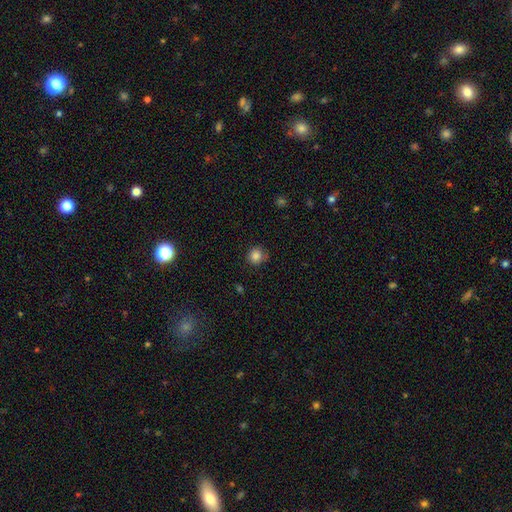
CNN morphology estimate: Smooth or featured? Predicted: smooth (p=0.85). How rounded? Predicted: round (p=0.88). Merging? Predicted: none (p=0.80).